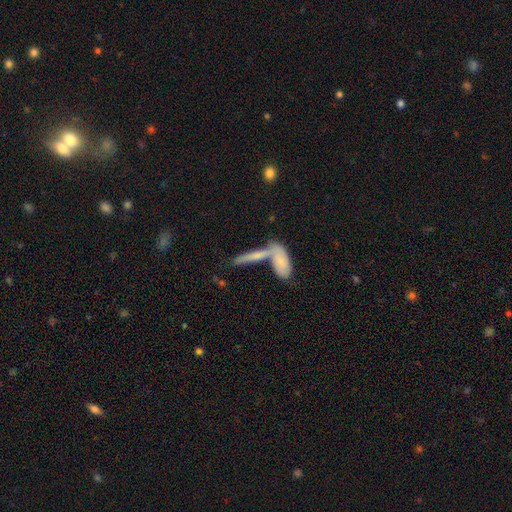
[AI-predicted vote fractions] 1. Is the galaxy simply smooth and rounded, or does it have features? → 61% smooth, 31% featured or disk, 7% star or artifact.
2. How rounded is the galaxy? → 71% cigar-shaped, 26% in between, 3% round.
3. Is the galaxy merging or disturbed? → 48% merger, 39% none, 9% minor disturbance, 4% major disturbance.